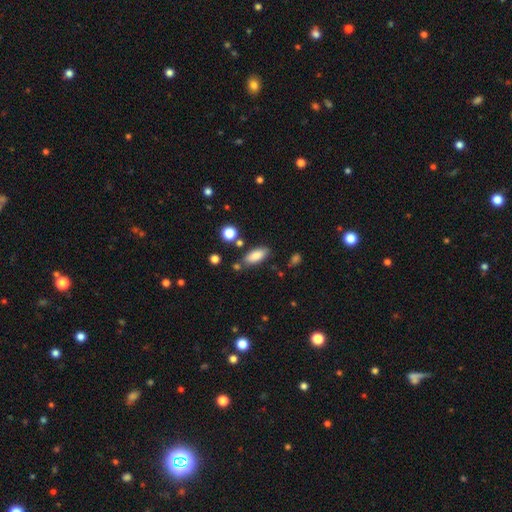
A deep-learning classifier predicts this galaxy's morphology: Smooth or featured?
  - smooth: 84% *
  - featured or disk: 8%
  - star or artifact: 8%
How rounded?
  - in between: 83% *
  - cigar-shaped: 15%
  - round: 3%
Merging?
  - none: 77% *
  - minor disturbance: 14%
  - merger: 6%
  - major disturbance: 4%